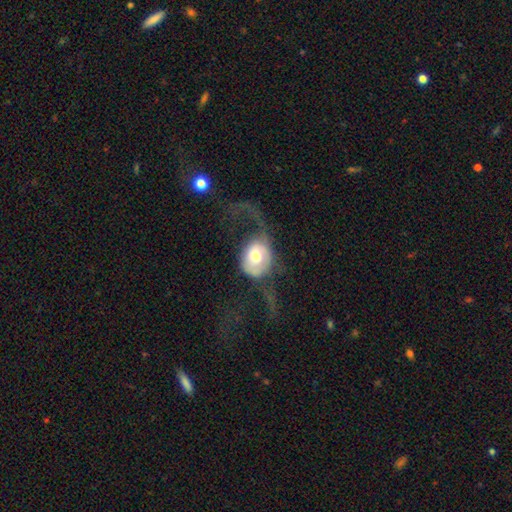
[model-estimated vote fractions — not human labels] A smooth galaxy with no disk features (54%) that is round (57%). Merging: major disturbance (61%).